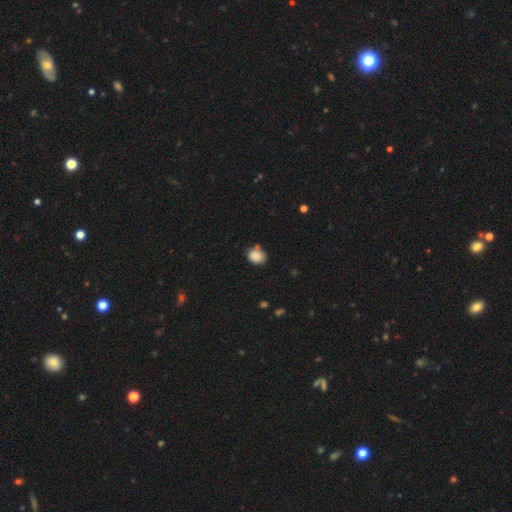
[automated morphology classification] smooth 86%, star or artifact 9%, featured or disk 5%. Down the decision tree: how rounded — in between (51%); merging — none (66%).